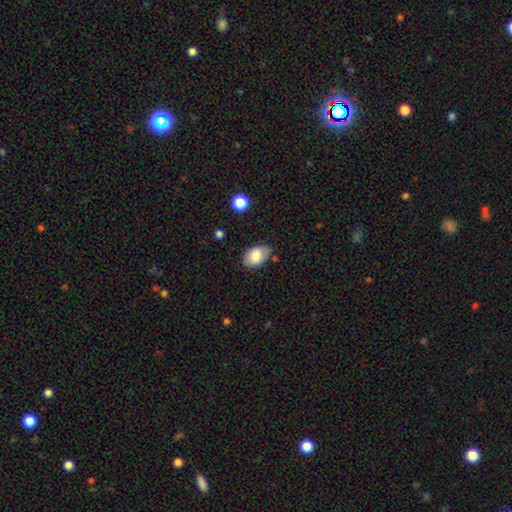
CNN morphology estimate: Smooth or featured? Predicted: smooth (p=0.81). How rounded? Predicted: in between (p=0.90). Merging? Predicted: none (p=0.75).